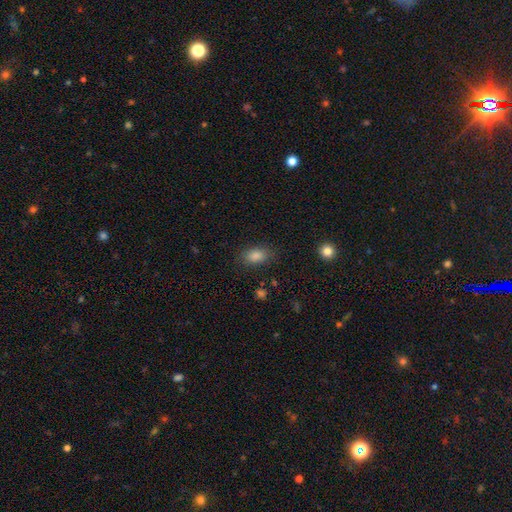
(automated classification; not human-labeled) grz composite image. It shows a smooth galaxy with no disk features (84%) that is in between round and cigar-shaped (86%). Merging: none (84%).